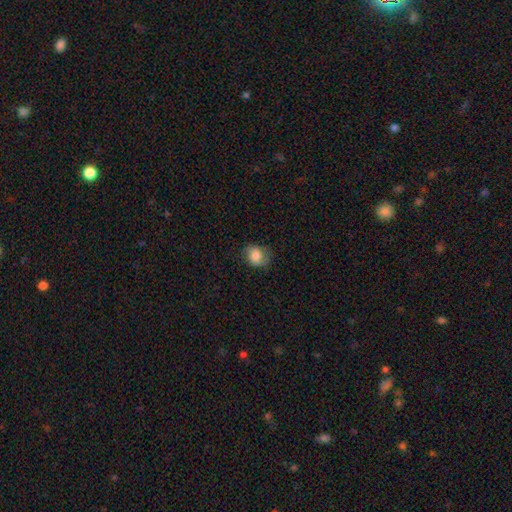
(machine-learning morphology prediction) A smooth galaxy with no disk features (75%) that is round (54%).

Vote fractions:
- Smooth or featured? smooth: 75% / featured or disk: 16% / star or artifact: 9%
- How rounded? round: 54% / in between: 45% / cigar-shaped: 1%
- Merging? none: 71% / minor disturbance: 21% / major disturbance: 7% / merger: 1%